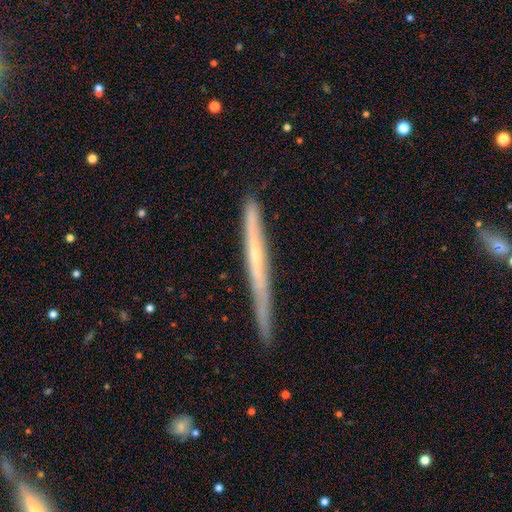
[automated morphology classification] Smooth or featured: featured or disk — 58% (smooth — 35%)
Edge-on disk: yes — 96% (no — 4%)
Edge-on bulge: none — 83% (rounded — 13%)
Merging: none — 81% (minor disturbance — 15%)